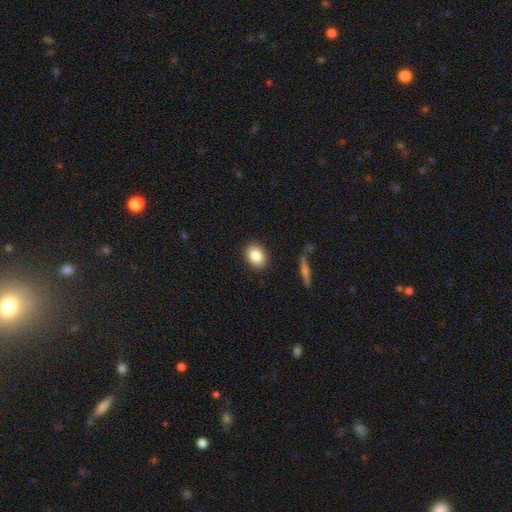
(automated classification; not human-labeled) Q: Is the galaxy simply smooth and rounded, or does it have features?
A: smooth — 84%.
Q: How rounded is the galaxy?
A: in between — 69%.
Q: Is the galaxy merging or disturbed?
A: none — 88%.